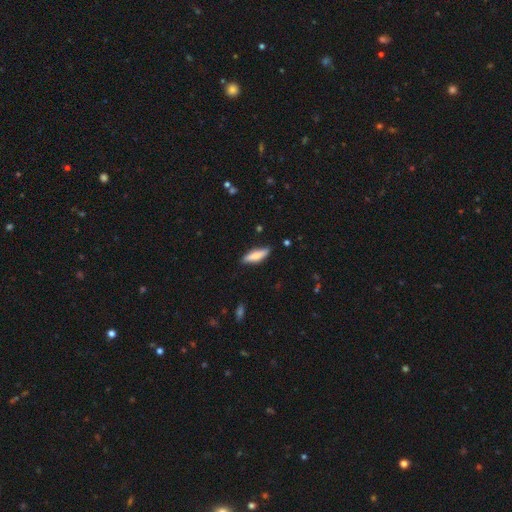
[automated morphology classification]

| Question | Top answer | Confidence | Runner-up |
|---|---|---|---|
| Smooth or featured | smooth | 71% | featured or disk (23%) |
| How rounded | cigar-shaped | 60% | in between (38%) |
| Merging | none | 83% | minor disturbance (13%) |